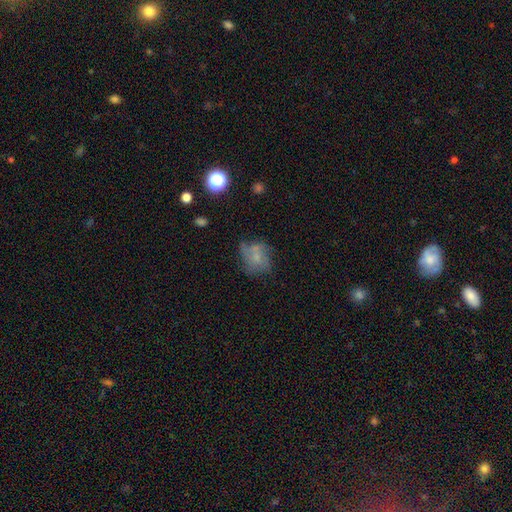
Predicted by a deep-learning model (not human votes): smooth 48%, featured or disk 38%, star or artifact 14%. Down the decision tree: merging — none (47%).